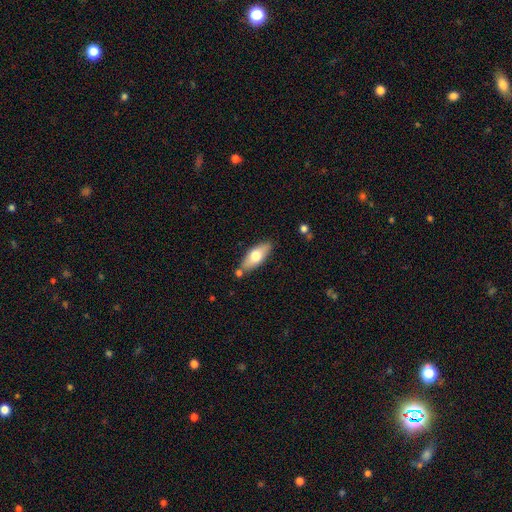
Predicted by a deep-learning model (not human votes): Smooth or featured: smooth — 65% (featured or disk — 29%)
How rounded: in between — 76% (cigar-shaped — 22%)
Merging: none — 79% (minor disturbance — 12%)